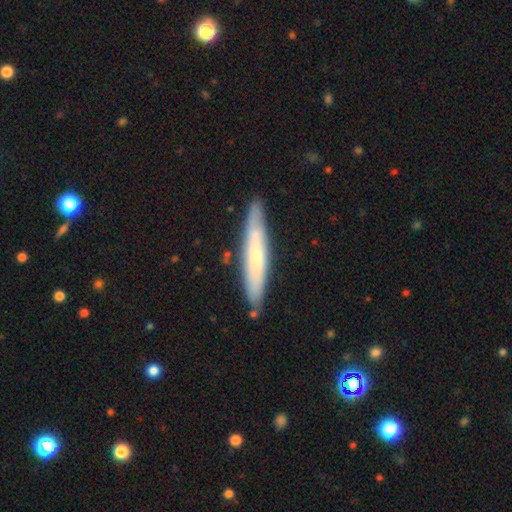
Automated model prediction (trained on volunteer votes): smooth_or_featured: smooth (p=0.50) [alt: featured or disk p=0.44]
how_rounded: cigar-shaped (p=0.92) [alt: in between p=0.07]
merging: none (p=0.84) [alt: minor disturbance p=0.11]